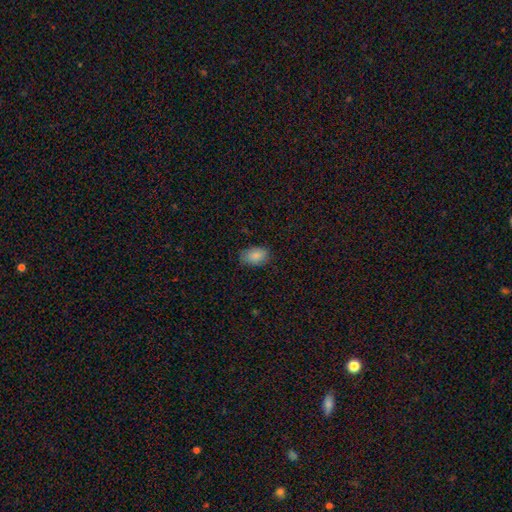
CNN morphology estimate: type=smooth (88%); roundness=in between (90%); merging=none (79%).